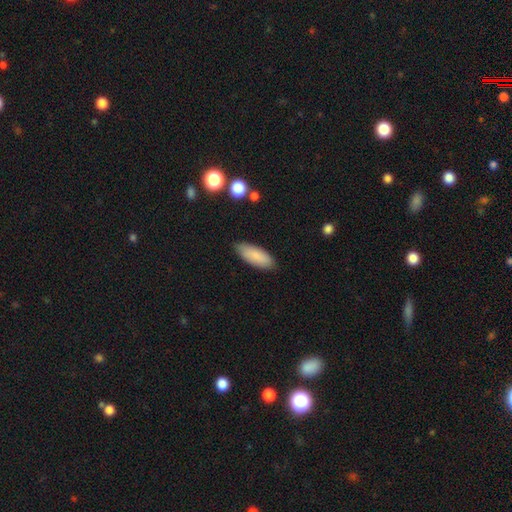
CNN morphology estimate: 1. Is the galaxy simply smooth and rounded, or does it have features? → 86% smooth, 8% featured or disk, 6% star or artifact.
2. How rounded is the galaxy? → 72% in between, 26% cigar-shaped, 2% round.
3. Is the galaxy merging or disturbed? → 84% none, 13% minor disturbance, 2% major disturbance, 1% merger.